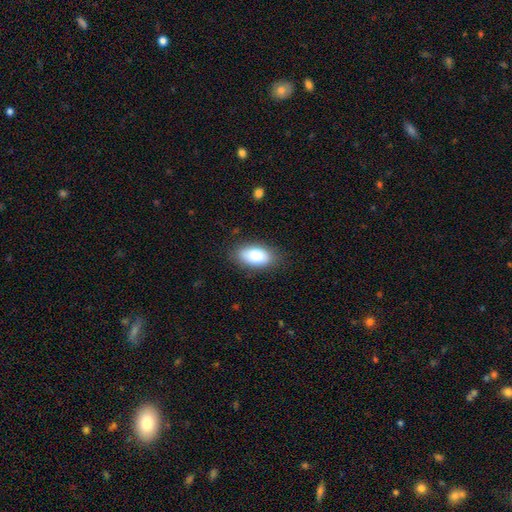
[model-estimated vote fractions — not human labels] smooth_or_featured: smooth (p=0.85) [alt: featured or disk p=0.08]
how_rounded: in between (p=0.93) [alt: round p=0.04]
merging: none (p=0.82) [alt: minor disturbance p=0.13]